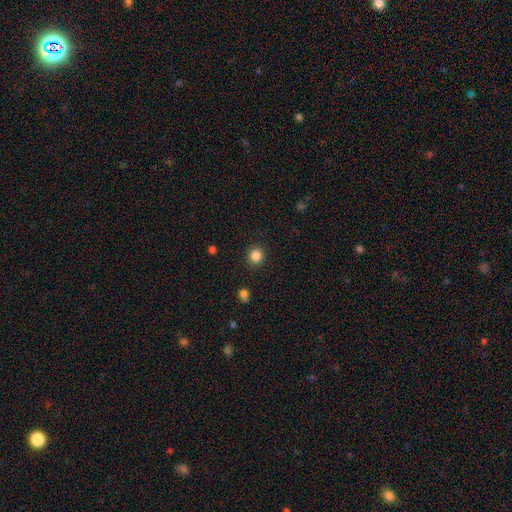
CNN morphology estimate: type=smooth (85%); roundness=round (91%); merging=none (91%).